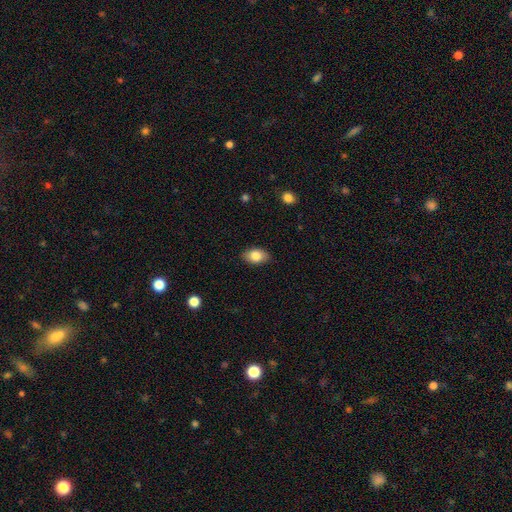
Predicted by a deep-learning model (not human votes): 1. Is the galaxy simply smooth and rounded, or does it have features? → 83% smooth, 9% featured or disk, 7% star or artifact.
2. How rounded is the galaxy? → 88% in between, 10% round, 1% cigar-shaped.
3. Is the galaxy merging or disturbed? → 86% none, 10% minor disturbance, 2% major disturbance, 1% merger.